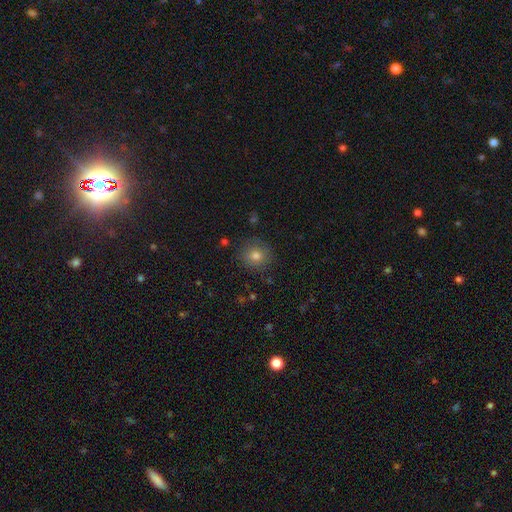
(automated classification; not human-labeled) This is likely a smooth galaxy (79%). How rounded: clearly round (91%). Merging: clearly none (87%).